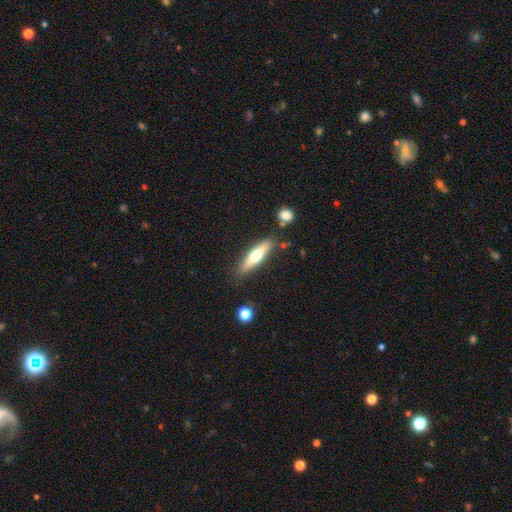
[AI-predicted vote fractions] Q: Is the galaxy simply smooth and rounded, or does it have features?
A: featured or disk — 48%.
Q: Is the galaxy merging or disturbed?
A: none — 82%.